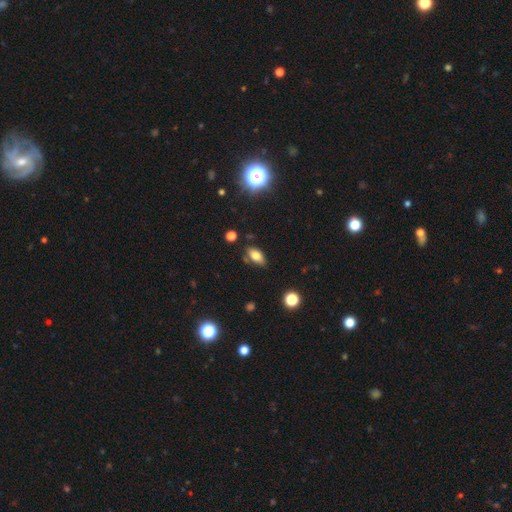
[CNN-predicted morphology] smooth_or_featured: smooth (p=0.76) [alt: featured or disk p=0.13]
how_rounded: in between (p=0.89) [alt: cigar-shaped p=0.06]
merging: none (p=0.79) [alt: minor disturbance p=0.14]